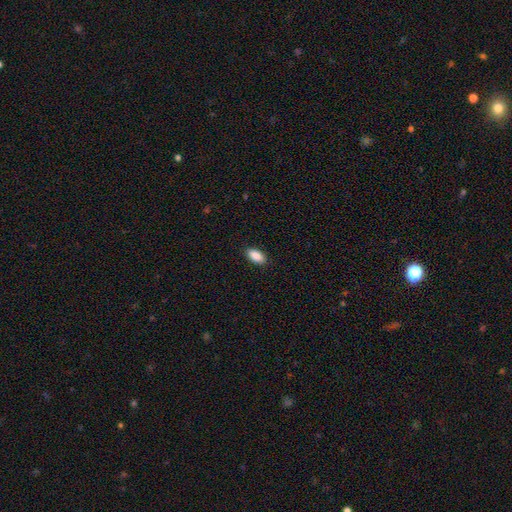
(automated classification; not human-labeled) A smooth galaxy with no disk features (90%) that is in between round and cigar-shaped (93%).

Vote fractions:
- Smooth or featured? smooth: 90% / star or artifact: 7% / featured or disk: 3%
- How rounded? in between: 93% / cigar-shaped: 3% / round: 3%
- Merging? none: 89% / minor disturbance: 8% / major disturbance: 2% / merger: 1%